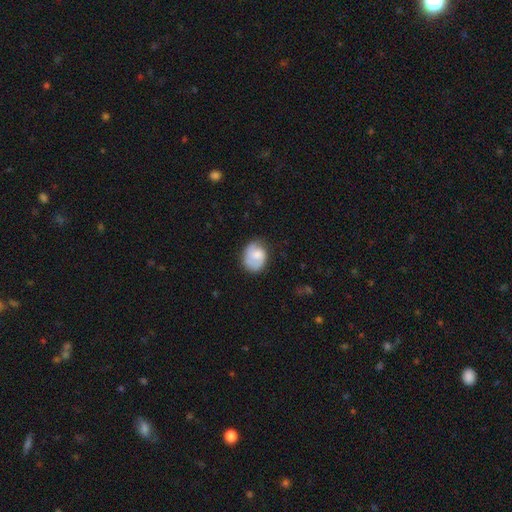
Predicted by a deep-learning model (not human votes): smooth_or_featured: smooth (p=0.62) [alt: featured or disk p=0.31]
how_rounded: in between (p=0.51) [alt: round p=0.48]
merging: none (p=0.58) [alt: minor disturbance p=0.29]